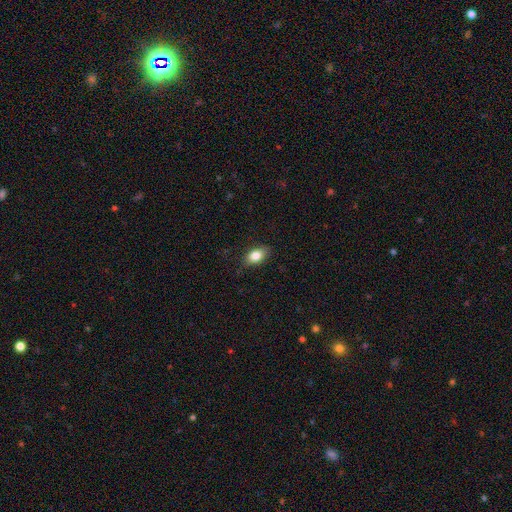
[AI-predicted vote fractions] This appears to be a smooth galaxy with no disk features (82%) that is in between round and cigar-shaped (86%). Merging: none (80%).